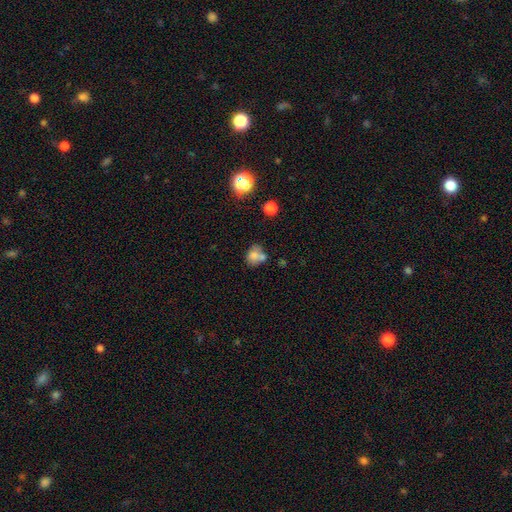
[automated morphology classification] Q: Smooth or featured?
A: smooth (70%); runner-up: featured or disk (18%)
Q: How rounded?
A: round (57%); runner-up: in between (42%)
Q: Merging?
A: merger (42%); runner-up: none (38%)